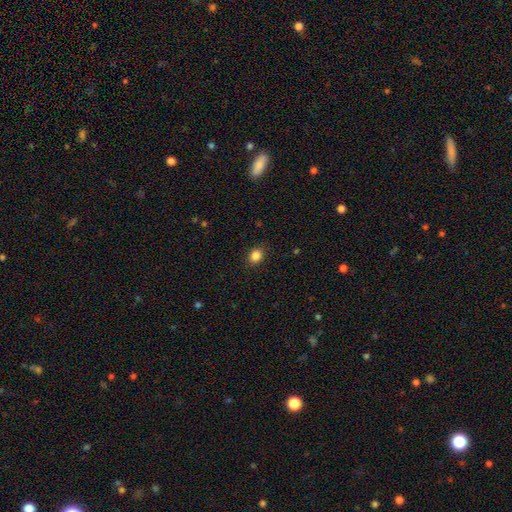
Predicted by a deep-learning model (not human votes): smooth 85%, star or artifact 11%, featured or disk 4%. Down the decision tree: how rounded — round (52%); merging — none (88%).